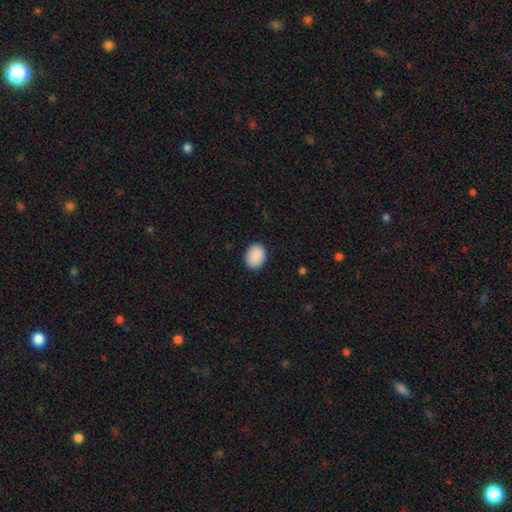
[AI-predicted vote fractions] Overall: smooth (90%). How rounded: in between (60%; round 39%). Merging: none (88%).